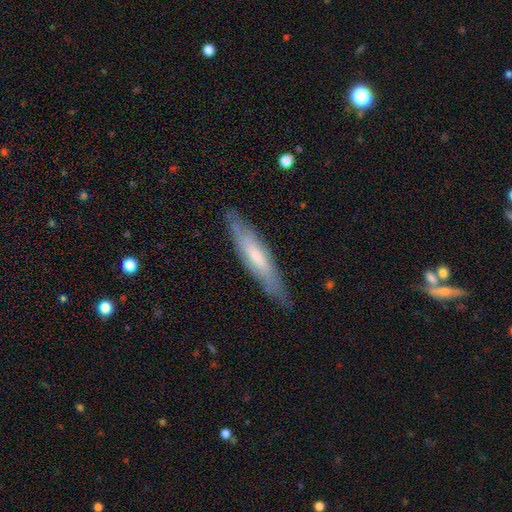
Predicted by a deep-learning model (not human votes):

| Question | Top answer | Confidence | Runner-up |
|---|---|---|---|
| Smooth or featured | featured or disk | 50% | smooth (44%) |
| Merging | none | 81% | minor disturbance (15%) |